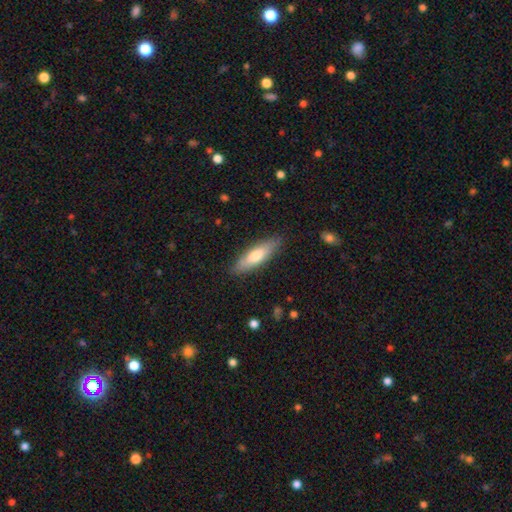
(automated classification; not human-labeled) Morphology: type=smooth (66%); roundness=cigar-shaped (57%); merging=none (86%).